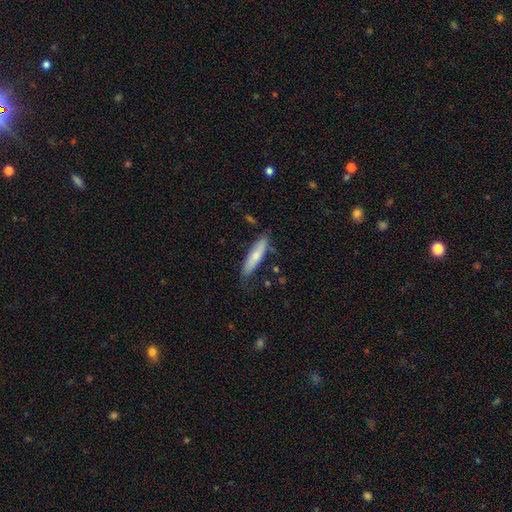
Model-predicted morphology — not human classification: This appears to be a smooth galaxy with no disk features (71%) that is cigar-shaped (79%). Merging: none (75%).